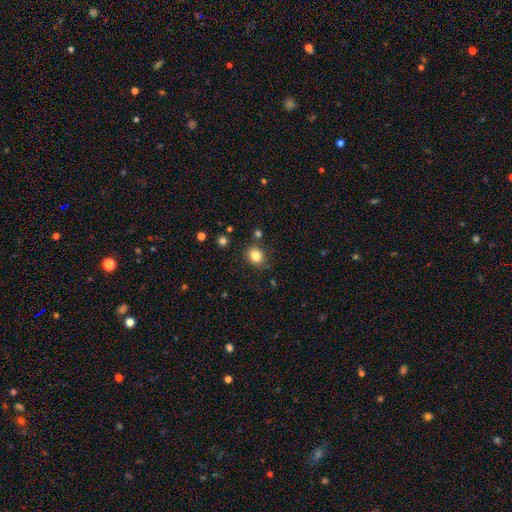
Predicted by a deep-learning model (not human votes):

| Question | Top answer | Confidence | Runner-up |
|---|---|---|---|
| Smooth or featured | smooth | 83% | star or artifact (11%) |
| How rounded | round | 69% | in between (30%) |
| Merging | none | 83% | minor disturbance (10%) |